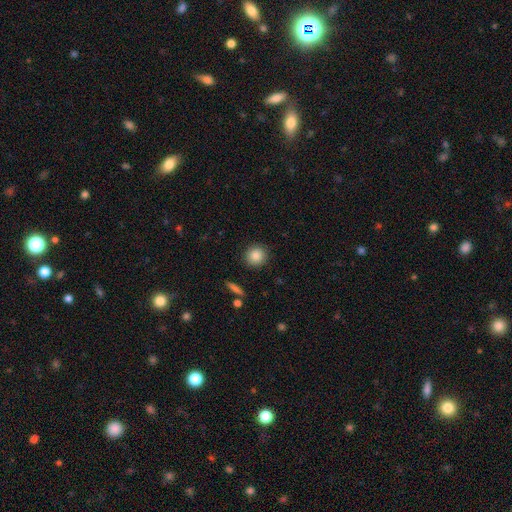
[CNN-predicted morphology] smooth_or_featured: smooth (p=0.86) [alt: star or artifact p=0.09]
how_rounded: round (p=0.92) [alt: in between p=0.07]
merging: none (p=0.90) [alt: minor disturbance p=0.06]